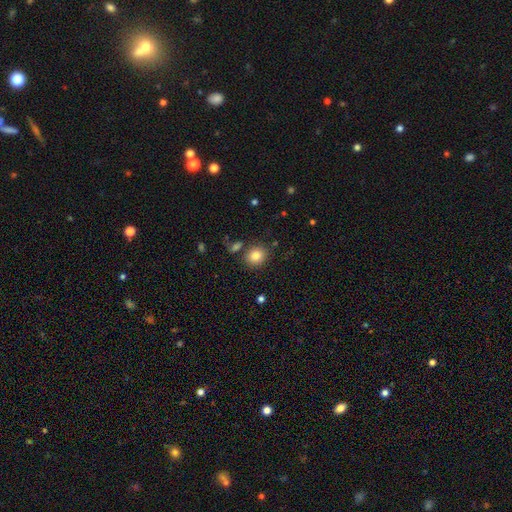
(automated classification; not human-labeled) Q: Smooth or featured?
A: smooth (82%); runner-up: star or artifact (11%)
Q: How rounded?
A: round (78%); runner-up: in between (21%)
Q: Merging?
A: none (81%); runner-up: minor disturbance (9%)